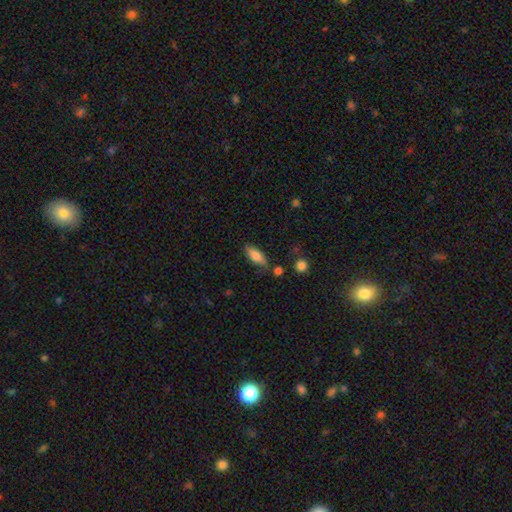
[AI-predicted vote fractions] smooth-or-featured: smooth: 78% | featured or disk: 15% | star or artifact: 7%
  how-rounded: in between: 74% | cigar-shaped: 23% | round: 2%
  merging: none: 73% | minor disturbance: 18% | merger: 5% | major disturbance: 4%